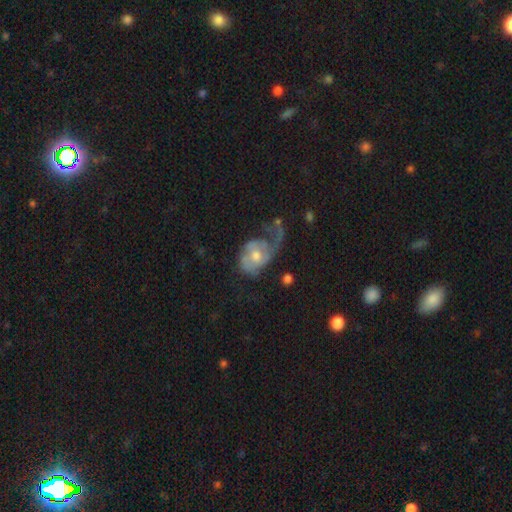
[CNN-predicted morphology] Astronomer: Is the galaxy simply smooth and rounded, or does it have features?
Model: featured or disk — 70%.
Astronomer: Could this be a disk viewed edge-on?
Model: no — 97%.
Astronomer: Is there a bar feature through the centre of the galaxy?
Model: no — 68%.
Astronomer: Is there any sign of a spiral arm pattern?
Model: yes — 81%.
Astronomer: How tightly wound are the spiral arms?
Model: loose — 43% (runner-up: medium, 34%).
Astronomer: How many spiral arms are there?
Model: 1 — 53% (runner-up: 2, 30%).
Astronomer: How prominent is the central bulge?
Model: moderate — 64%.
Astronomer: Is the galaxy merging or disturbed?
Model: major disturbance — 51%.